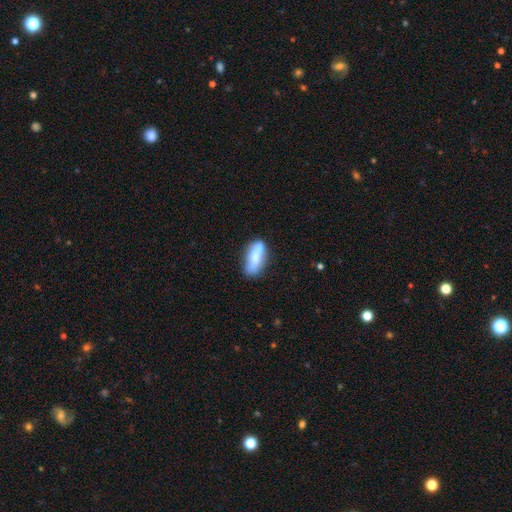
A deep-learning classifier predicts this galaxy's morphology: Smooth or featured: smooth — 70% (featured or disk — 24%)
How rounded: in between — 66% (cigar-shaped — 31%)
Merging: none — 61% (minor disturbance — 21%)